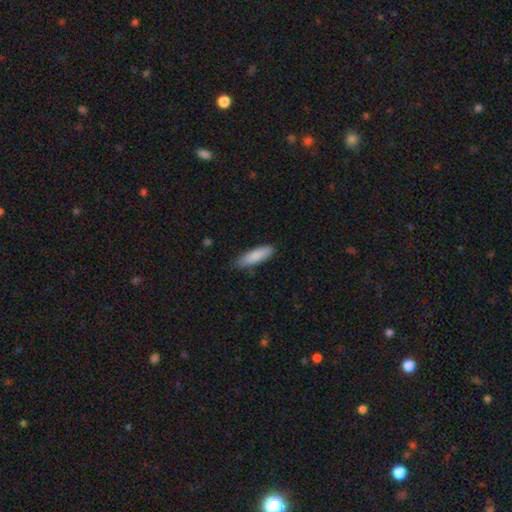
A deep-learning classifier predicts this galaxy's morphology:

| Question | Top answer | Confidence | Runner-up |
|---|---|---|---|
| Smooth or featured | smooth | 87% | featured or disk (8%) |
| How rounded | cigar-shaped | 52% | in between (47%) |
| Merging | none | 80% | minor disturbance (17%) |